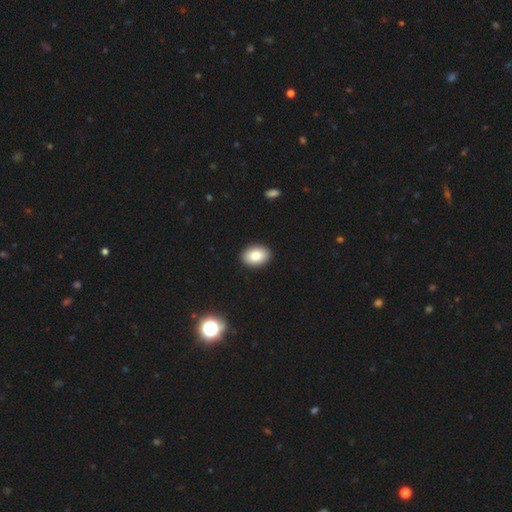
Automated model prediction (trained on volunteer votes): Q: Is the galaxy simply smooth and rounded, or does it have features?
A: smooth — 83%.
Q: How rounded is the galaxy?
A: in between — 76%.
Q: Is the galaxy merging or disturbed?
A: none — 91%.